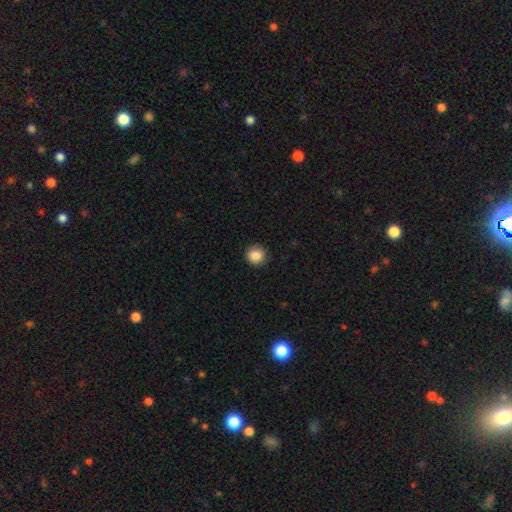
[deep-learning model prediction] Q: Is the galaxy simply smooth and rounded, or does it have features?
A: smooth — 87%.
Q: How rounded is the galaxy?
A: round — 94%.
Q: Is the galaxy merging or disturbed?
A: none — 91%.